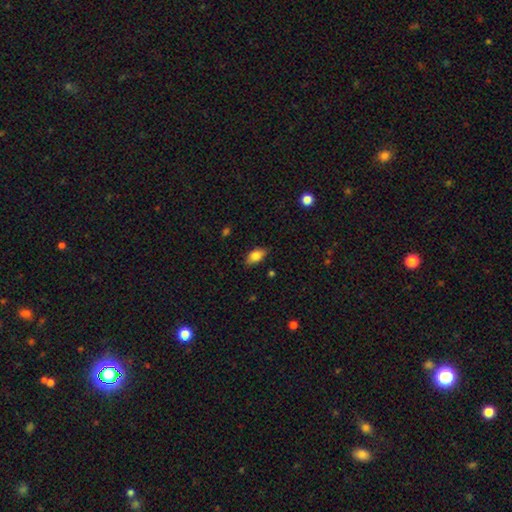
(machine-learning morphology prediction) Smooth or featured: smooth — 82% (featured or disk — 10%)
How rounded: in between — 89% (round — 6%)
Merging: none — 81% (minor disturbance — 15%)